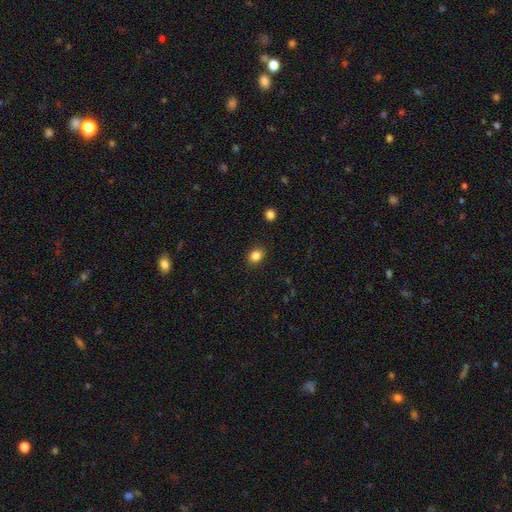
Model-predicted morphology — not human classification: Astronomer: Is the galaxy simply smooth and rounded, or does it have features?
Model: smooth — 85%.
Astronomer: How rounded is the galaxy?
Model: round — 51% (runner-up: in between, 48%).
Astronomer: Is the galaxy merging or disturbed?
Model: none — 89%.